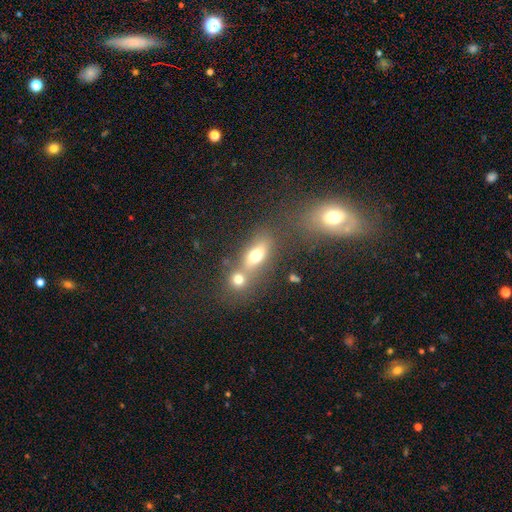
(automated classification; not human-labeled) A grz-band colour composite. It shows a smooth galaxy with no disk features (67%) that is in between round and cigar-shaped (65%). Merging: none (43%).